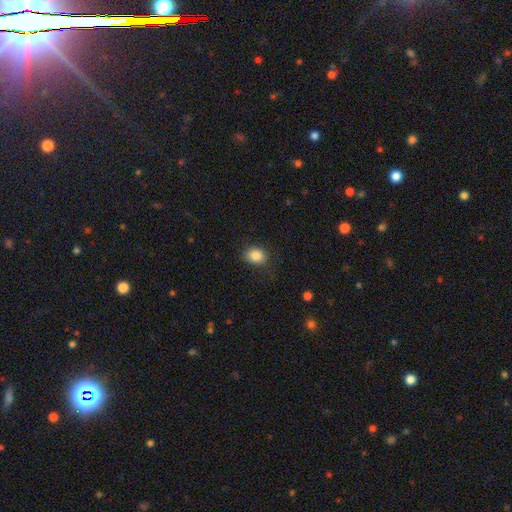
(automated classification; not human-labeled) Smooth or featured? smooth (86%)
How rounded? in between (52%)
Merging? none (78%)